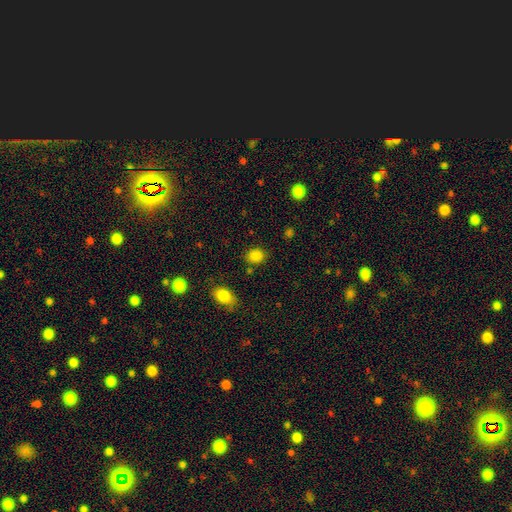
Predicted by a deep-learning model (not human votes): Smooth or featured?
  - smooth: 85% *
  - star or artifact: 11%
  - featured or disk: 4%
How rounded?
  - round: 60% *
  - in between: 39%
  - cigar-shaped: 1%
Merging?
  - none: 82% *
  - minor disturbance: 11%
  - merger: 4%
  - major disturbance: 3%